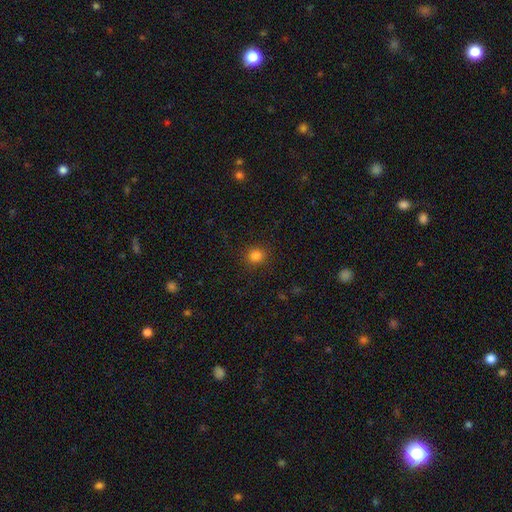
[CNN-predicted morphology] Smooth or featured? smooth (82%)
How rounded? round (84%)
Merging? none (89%)